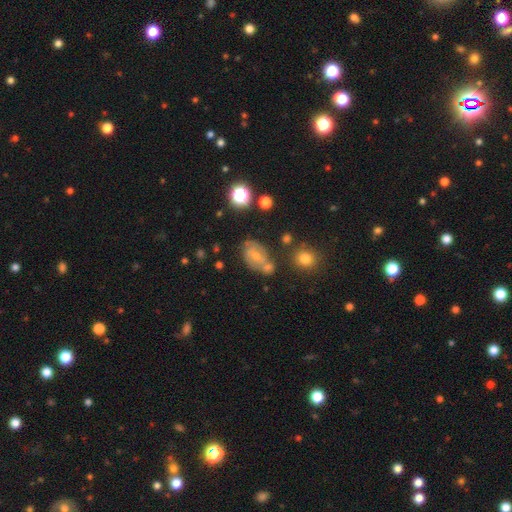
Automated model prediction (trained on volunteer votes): Morphology: type=featured or disk (62%); edge-on=no (96%); bar=weak (46%); spiral arms=yes (85%); winding=medium (48%); arm count=2 (65%); bulge=small (47%); merging=none (49%).